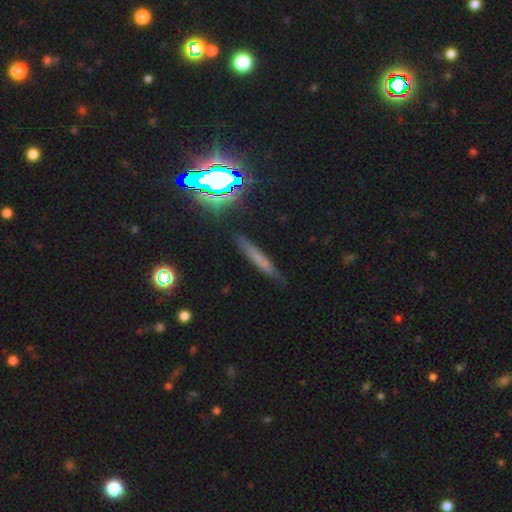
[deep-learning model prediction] Overall: smooth (52%; featured or disk 29%). How rounded: cigar-shaped (90%). Merging: none (81%).